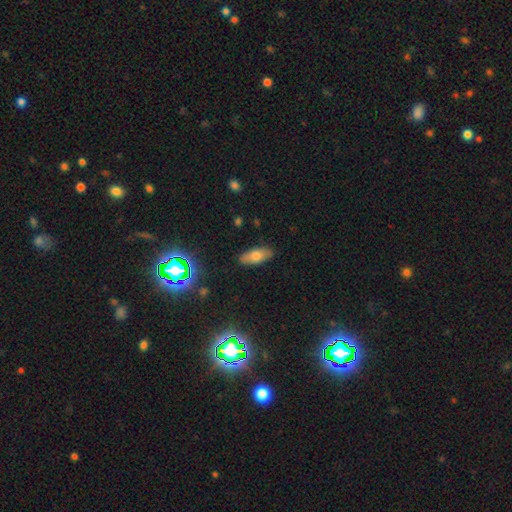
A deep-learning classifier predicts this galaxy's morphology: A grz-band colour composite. It shows a smooth galaxy with no disk features (70%) that is in between round and cigar-shaped (81%). Merging: none (85%).